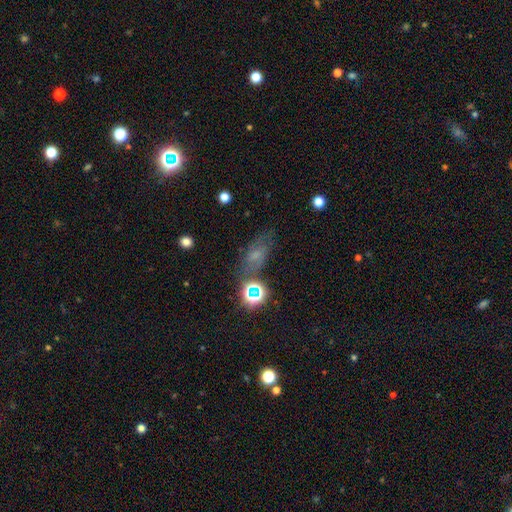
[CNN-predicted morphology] A smooth galaxy with no disk features (48%). Merging: none (55%).